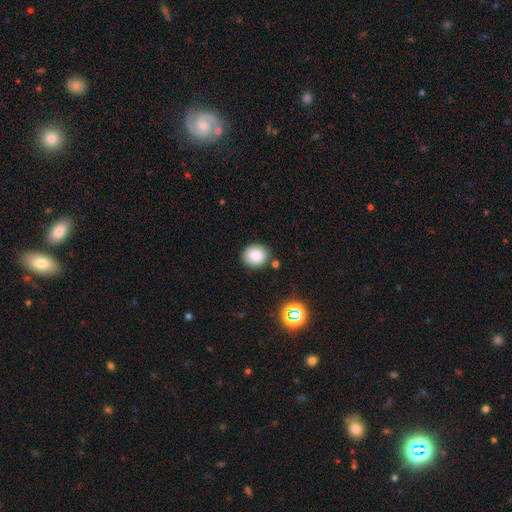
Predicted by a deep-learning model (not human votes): Smooth or featured?
  - smooth: 84% *
  - star or artifact: 11%
  - featured or disk: 5%
How rounded?
  - round: 80% *
  - in between: 19%
  - cigar-shaped: 1%
Merging?
  - none: 86% *
  - minor disturbance: 9%
  - merger: 3%
  - major disturbance: 2%